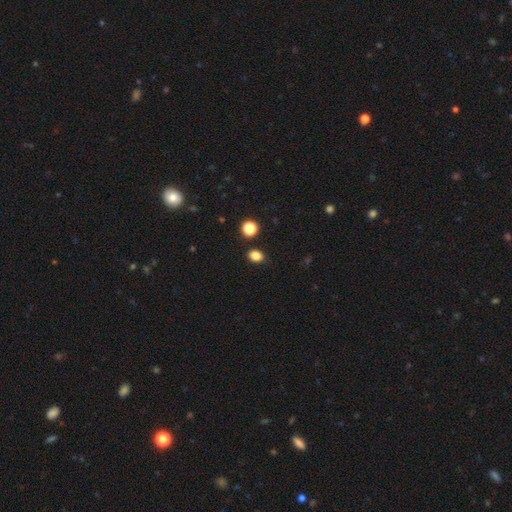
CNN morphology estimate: type=smooth (84%); roundness=in between (58%); merging=none (86%).